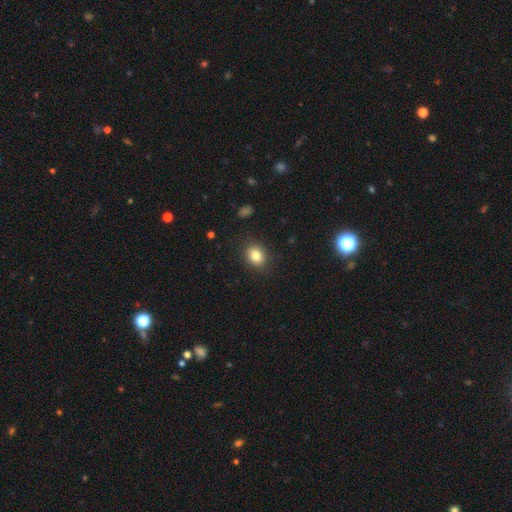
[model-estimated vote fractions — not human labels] smooth-or-featured: smooth: 82% | star or artifact: 10% | featured or disk: 8%
  how-rounded: round: 54% | in between: 45% | cigar-shaped: 1%
  merging: none: 88% | minor disturbance: 8% | major disturbance: 2% | merger: 1%